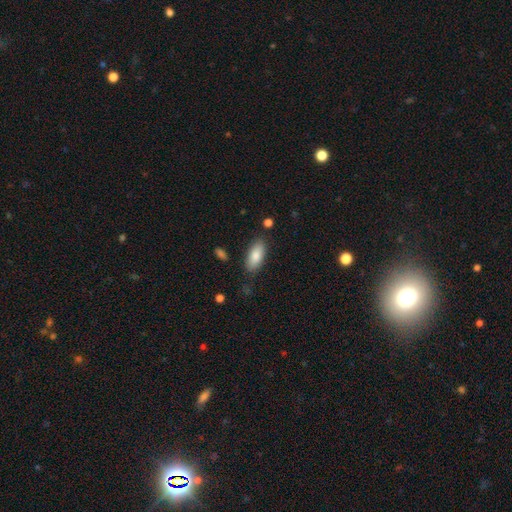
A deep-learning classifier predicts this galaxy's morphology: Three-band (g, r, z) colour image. It shows a smooth galaxy with no disk features (83%) that is in between round and cigar-shaped (87%). Merging: none (81%).